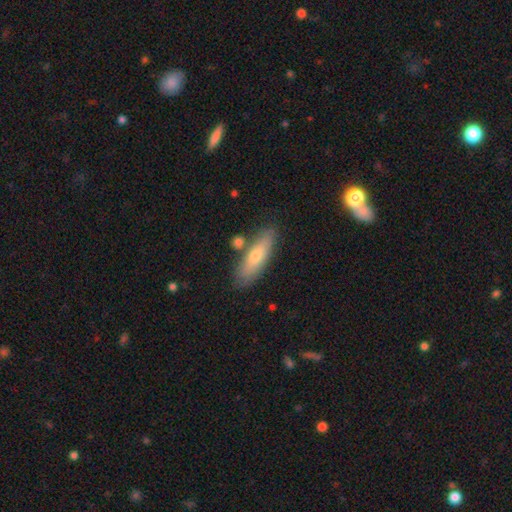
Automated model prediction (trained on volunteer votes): Smooth or featured?
  - smooth: 67% *
  - featured or disk: 27%
  - star or artifact: 6%
How rounded?
  - cigar-shaped: 56% *
  - in between: 41%
  - round: 2%
Merging?
  - none: 78% *
  - minor disturbance: 12%
  - merger: 7%
  - major disturbance: 3%